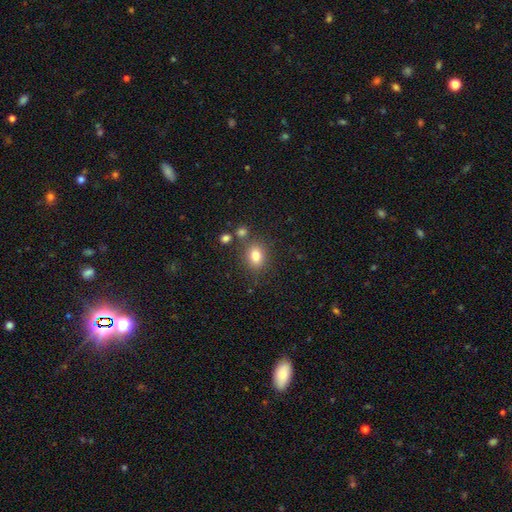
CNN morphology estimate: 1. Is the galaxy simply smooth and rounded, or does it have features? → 80% smooth, 12% star or artifact, 8% featured or disk.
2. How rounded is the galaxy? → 50% in between, 49% round, 1% cigar-shaped.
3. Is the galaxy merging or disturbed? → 76% none, 12% minor disturbance, 9% merger, 4% major disturbance.